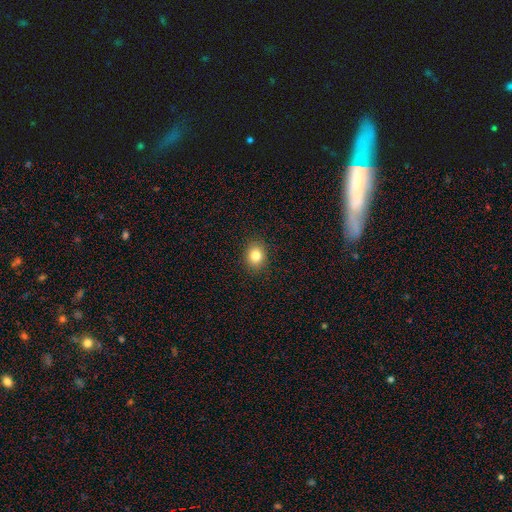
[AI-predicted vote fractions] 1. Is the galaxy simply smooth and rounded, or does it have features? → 82% smooth, 11% star or artifact, 7% featured or disk.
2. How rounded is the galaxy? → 63% round, 36% in between, 1% cigar-shaped.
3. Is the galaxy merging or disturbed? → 90% none, 7% minor disturbance, 2% major disturbance, 1% merger.